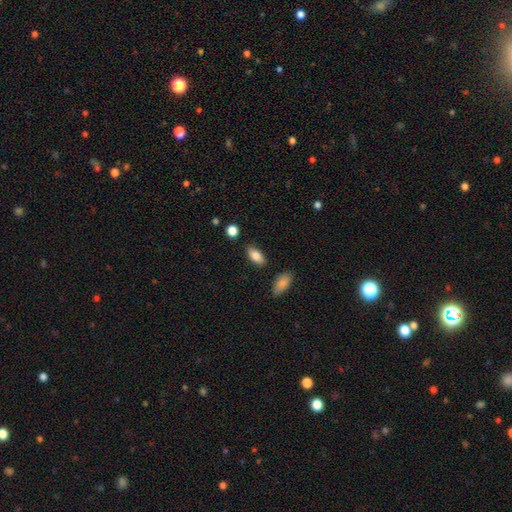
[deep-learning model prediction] Smooth or featured: smooth — 84% (featured or disk — 9%)
How rounded: in between — 89% (cigar-shaped — 8%)
Merging: none — 85% (minor disturbance — 11%)